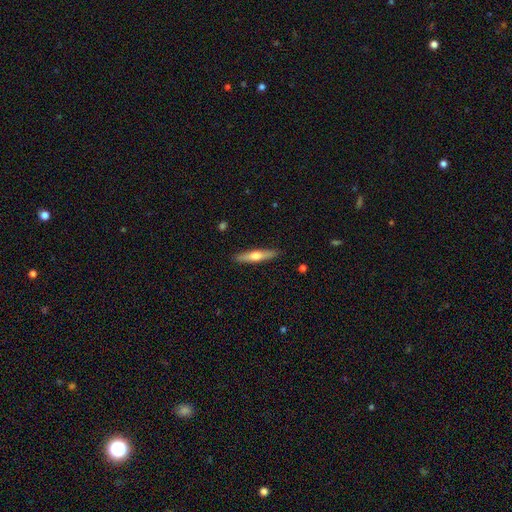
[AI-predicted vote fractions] A featured or disk galaxy (48%).

Vote fractions:
- Smooth or featured? featured or disk: 48% / smooth: 46% / star or artifact: 6%
- Merging? none: 90% / minor disturbance: 8% / major disturbance: 2% / merger: 1%